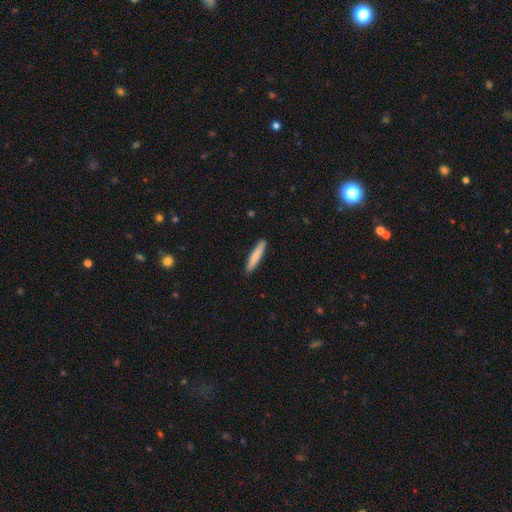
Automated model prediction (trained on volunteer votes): Overall: smooth (82%). How rounded: cigar-shaped (90%). Merging: none (90%).